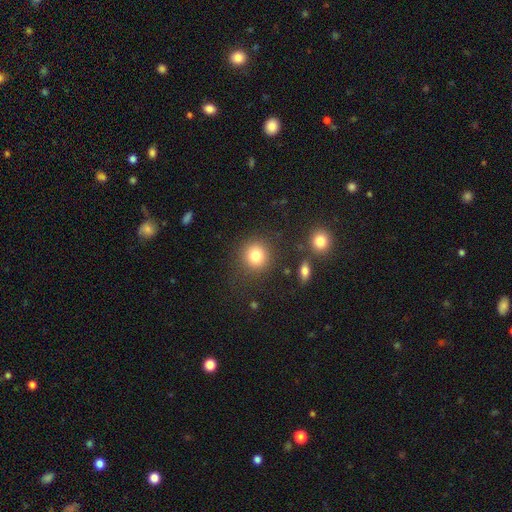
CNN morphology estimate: A smooth galaxy with no disk features (82%) that is round (89%). Merging: none (85%).